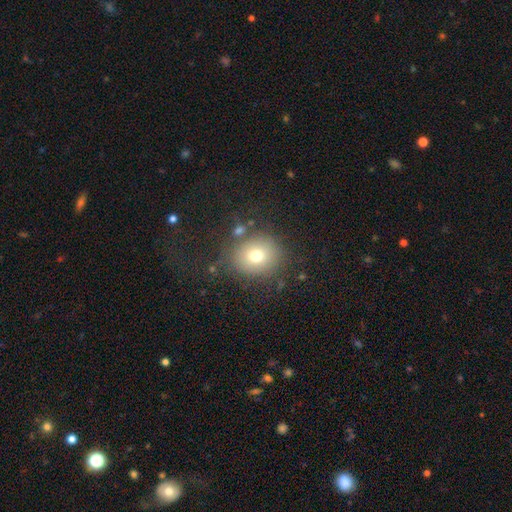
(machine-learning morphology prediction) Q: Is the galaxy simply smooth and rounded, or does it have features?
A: smooth — 71%.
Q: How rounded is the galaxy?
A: round — 82%.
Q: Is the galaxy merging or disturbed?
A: none — 78%.